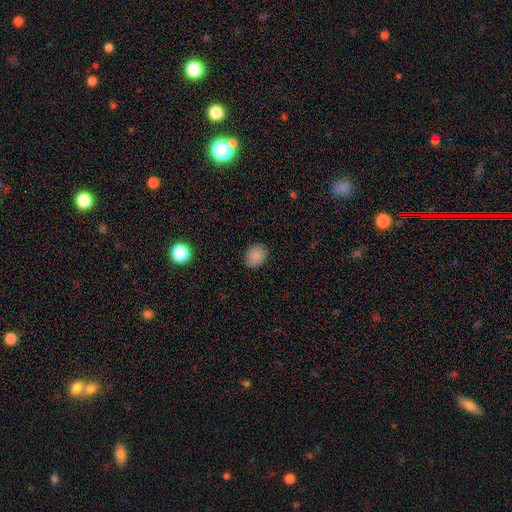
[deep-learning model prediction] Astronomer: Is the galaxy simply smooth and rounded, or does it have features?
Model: smooth — 85%.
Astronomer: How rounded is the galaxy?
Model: round — 56% (runner-up: in between, 43%).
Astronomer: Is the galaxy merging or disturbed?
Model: none — 78%.